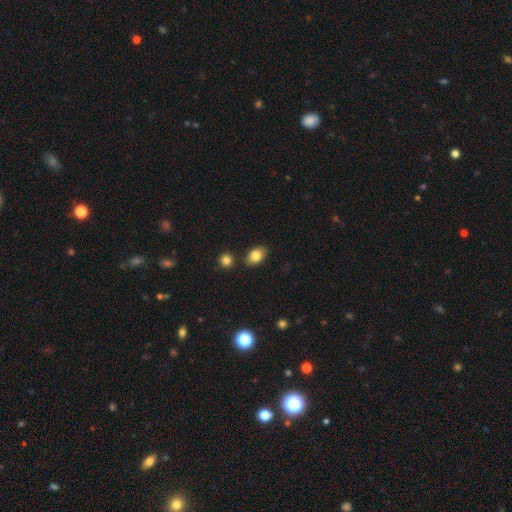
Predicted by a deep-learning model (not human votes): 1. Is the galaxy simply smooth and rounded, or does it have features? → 84% smooth, 8% star or artifact, 8% featured or disk.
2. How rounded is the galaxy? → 84% in between, 15% round, 2% cigar-shaped.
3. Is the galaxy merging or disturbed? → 80% none, 11% minor disturbance, 7% merger, 2% major disturbance.